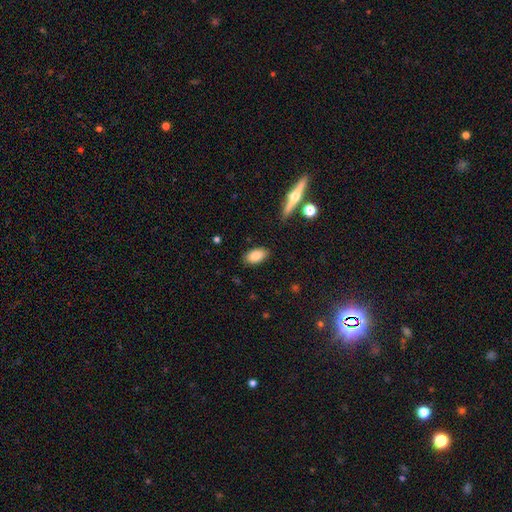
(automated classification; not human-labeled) Q: Smooth or featured?
A: smooth (85%); runner-up: featured or disk (8%)
Q: How rounded?
A: in between (92%); runner-up: round (5%)
Q: Merging?
A: none (85%); runner-up: minor disturbance (11%)